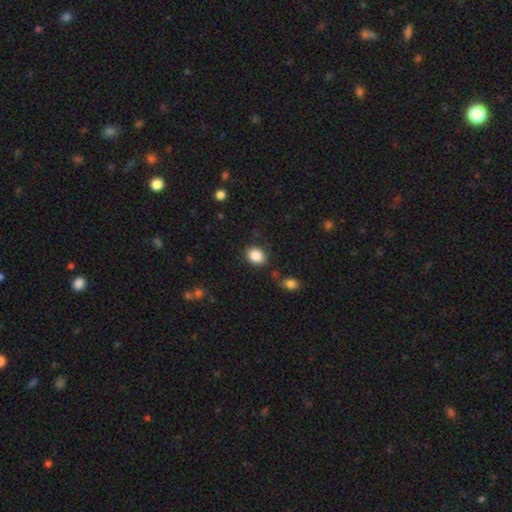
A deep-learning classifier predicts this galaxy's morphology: Smooth or featured: smooth — 87% (star or artifact — 9%)
How rounded: in between — 58% (round — 41%)
Merging: none — 81% (minor disturbance — 13%)